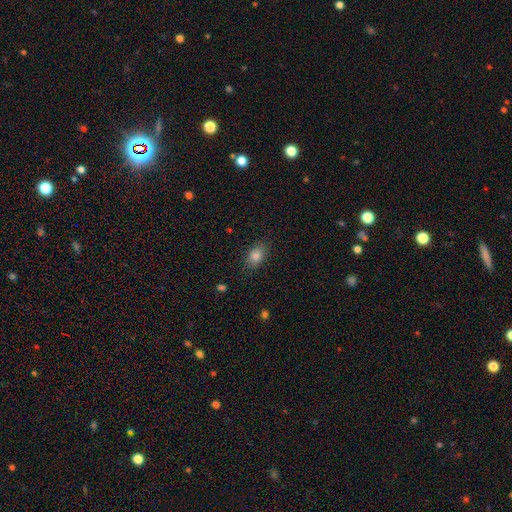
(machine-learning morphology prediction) Q: Smooth or featured?
A: smooth (83%); runner-up: star or artifact (9%)
Q: How rounded?
A: in between (80%); runner-up: round (17%)
Q: Merging?
A: none (82%); runner-up: minor disturbance (13%)